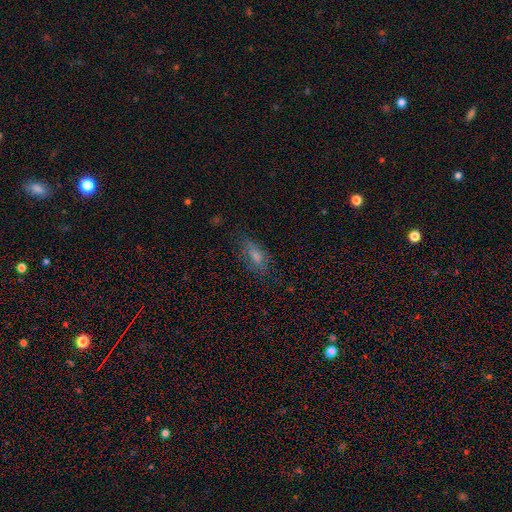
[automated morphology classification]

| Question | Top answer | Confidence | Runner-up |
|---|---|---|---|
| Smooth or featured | smooth | 55% | featured or disk (24%) |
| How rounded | in between | 73% | cigar-shaped (19%) |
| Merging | none | 71% | minor disturbance (20%) |